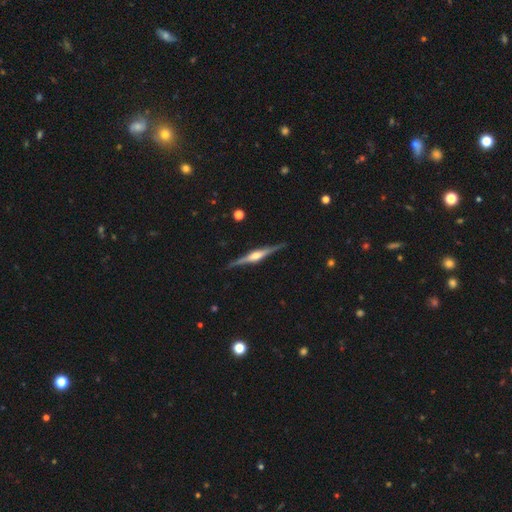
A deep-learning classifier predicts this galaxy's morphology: The model was most divided on "smooth or featured": featured or disk: 84%, smooth: 11%, star or artifact: 5%. More confident: edge-on disk — yes (98%); merging — none (89%); edge-on bulge — rounded (86%).